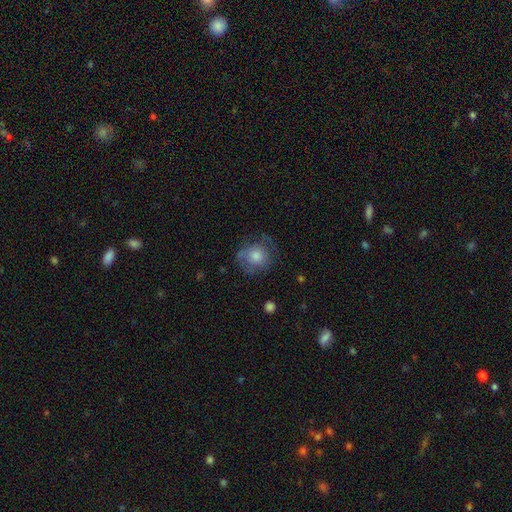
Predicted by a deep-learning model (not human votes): Smooth or featured: smooth — 58% (featured or disk — 32%)
How rounded: round — 85% (in between — 14%)
Merging: none — 64% (minor disturbance — 21%)